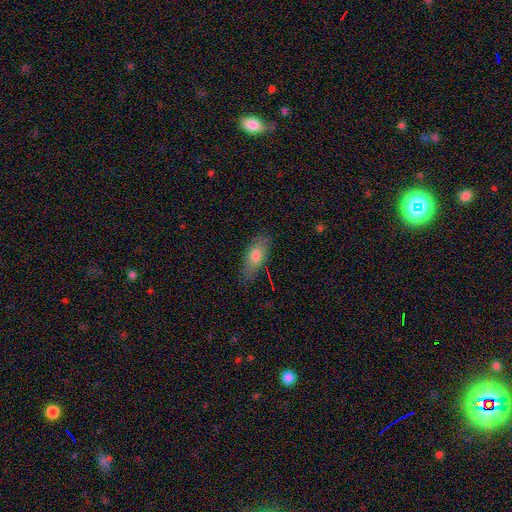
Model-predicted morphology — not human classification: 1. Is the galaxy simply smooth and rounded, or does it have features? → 74% smooth, 18% featured or disk, 7% star or artifact.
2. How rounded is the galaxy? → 81% in between, 16% cigar-shaped, 3% round.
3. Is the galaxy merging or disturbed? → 76% none, 19% minor disturbance, 4% major disturbance, 1% merger.